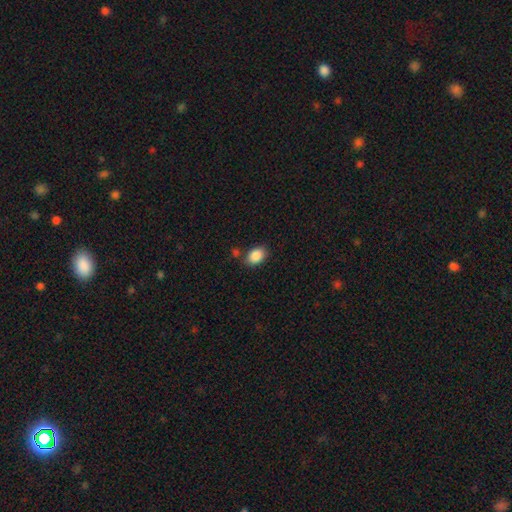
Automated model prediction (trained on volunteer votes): A smooth galaxy with no disk features (88%) that is in between round and cigar-shaped (79%).

Vote fractions:
- Smooth or featured? smooth: 88% / star or artifact: 8% / featured or disk: 4%
- How rounded? in between: 79% / round: 19% / cigar-shaped: 1%
- Merging? none: 75% / minor disturbance: 14% / merger: 7% / major disturbance: 4%